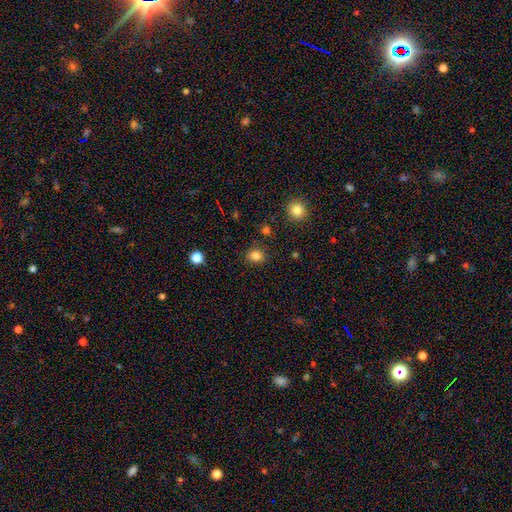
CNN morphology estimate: This appears to be a smooth galaxy with no disk features (82%) that is round (68%). Merging: none (85%).